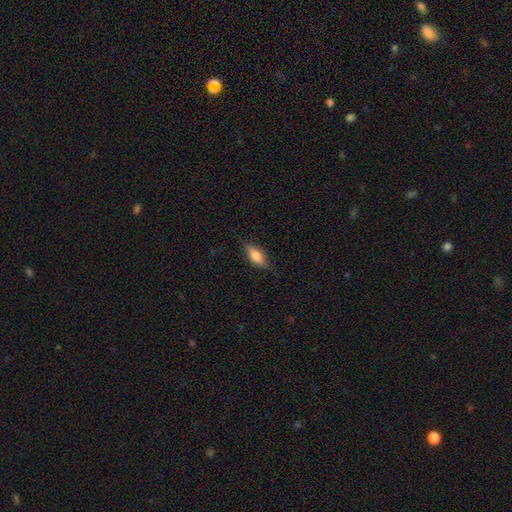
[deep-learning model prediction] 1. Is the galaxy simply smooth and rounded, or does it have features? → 69% smooth, 24% featured or disk, 7% star or artifact.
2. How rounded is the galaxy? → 67% in between, 30% cigar-shaped, 3% round.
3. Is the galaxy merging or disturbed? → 80% none, 16% minor disturbance, 3% major disturbance, 1% merger.